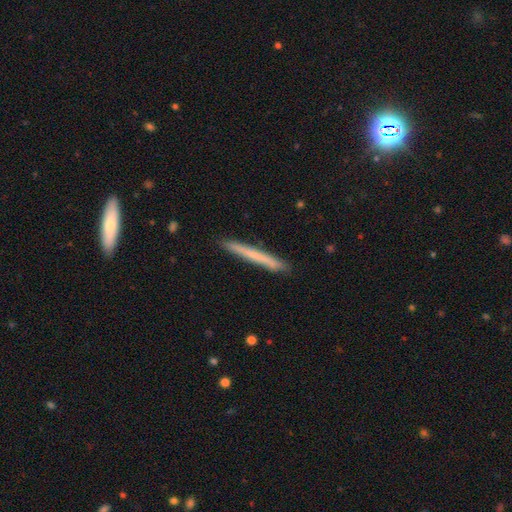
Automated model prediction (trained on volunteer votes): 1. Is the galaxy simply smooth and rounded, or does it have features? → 62% smooth, 32% featured or disk, 6% star or artifact.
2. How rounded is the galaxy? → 97% cigar-shaped, 2% in between, 1% round.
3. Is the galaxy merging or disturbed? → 91% none, 7% minor disturbance, 1% major disturbance, 1% merger.